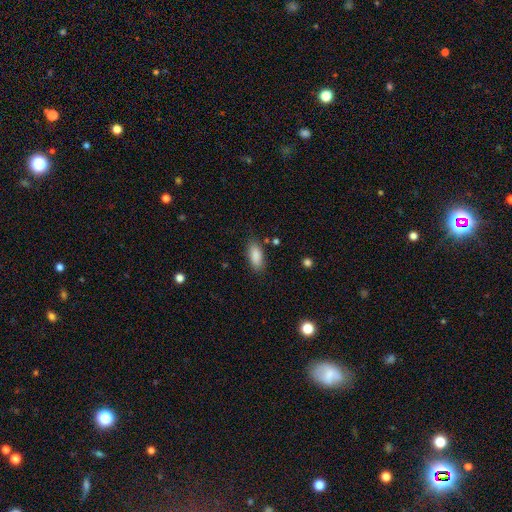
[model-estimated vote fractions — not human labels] This appears to be a smooth galaxy with no disk features (88%) that is in between round and cigar-shaped (85%). Merging: none (83%).